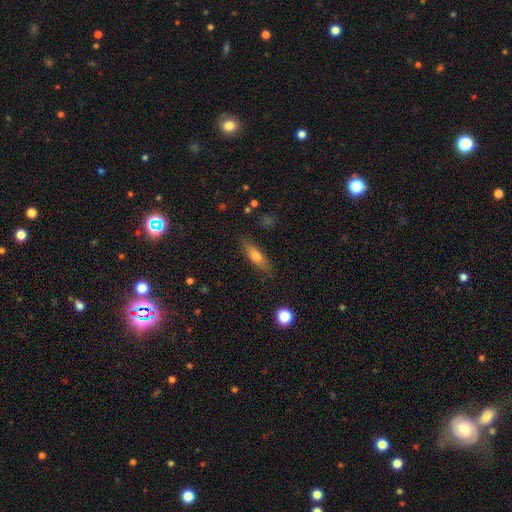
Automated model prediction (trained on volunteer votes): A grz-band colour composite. It shows a smooth galaxy with no disk features (67%) that is cigar-shaped (55%). Merging: none (83%).